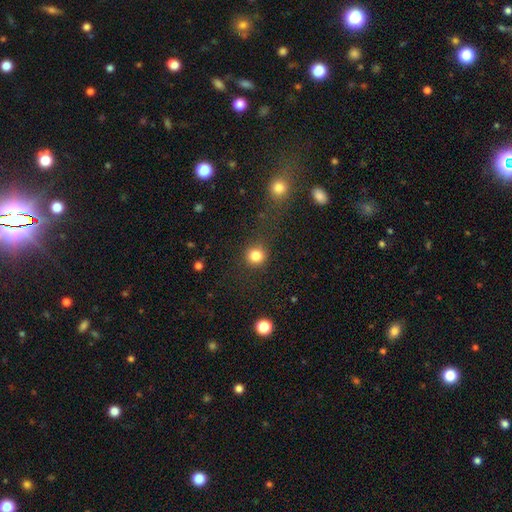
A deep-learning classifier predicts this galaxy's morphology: type=smooth (85%); roundness=round (90%); merging=none (81%).